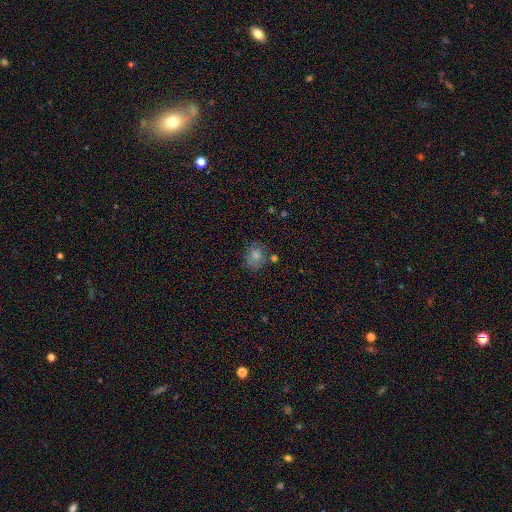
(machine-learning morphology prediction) smooth-or-featured: smooth: 75% | featured or disk: 13% | star or artifact: 12%
  how-rounded: round: 56% | in between: 43% | cigar-shaped: 1%
  merging: none: 64% | minor disturbance: 21% | merger: 8% | major disturbance: 7%